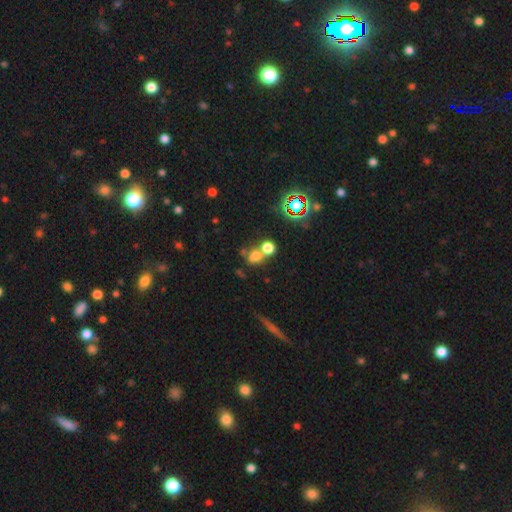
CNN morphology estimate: type=smooth (65%); roundness=round (69%); merging=none (45%).